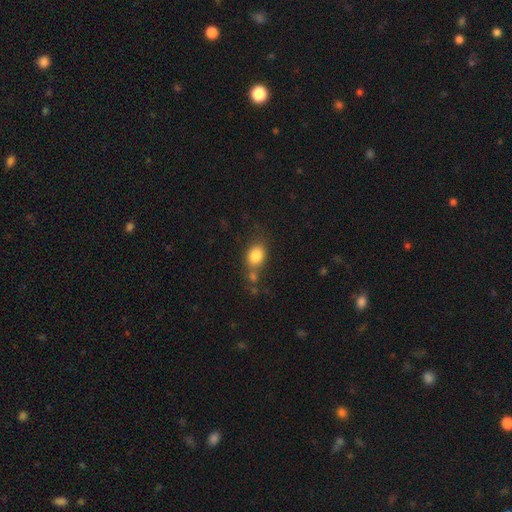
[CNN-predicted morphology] smooth-or-featured: smooth: 82% | star or artifact: 9% | featured or disk: 8%
  how-rounded: in between: 58% | round: 41% | cigar-shaped: 2%
  merging: none: 56% | merger: 20% | minor disturbance: 17% | major disturbance: 7%